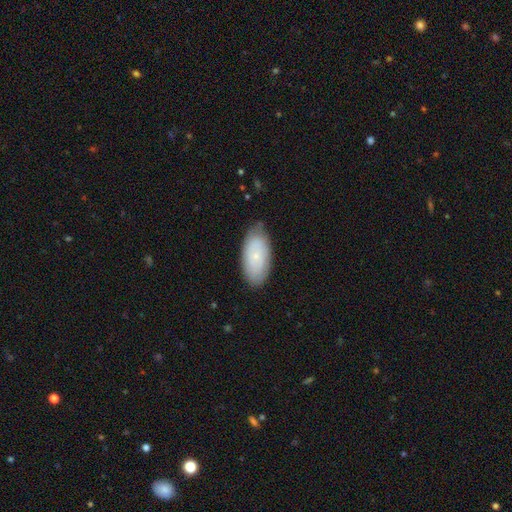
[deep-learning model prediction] Q: Smooth or featured?
A: smooth (61%); runner-up: featured or disk (33%)
Q: How rounded?
A: in between (93%); runner-up: cigar-shaped (4%)
Q: Merging?
A: none (76%); runner-up: minor disturbance (20%)